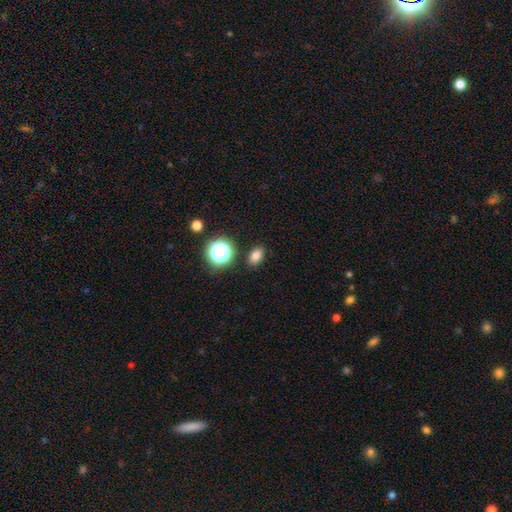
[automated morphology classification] This appears to be a smooth galaxy with no disk features (80%) that is in between round and cigar-shaped (75%). Merging: none (87%).